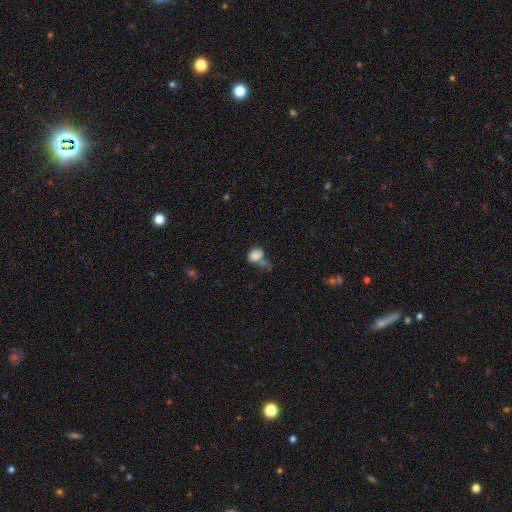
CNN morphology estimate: The model was most divided on "merging": none: 40%, merger: 26%, minor disturbance: 22%, major disturbance: 12%. More confident: smooth or featured — smooth (81%); how rounded — round (59%).